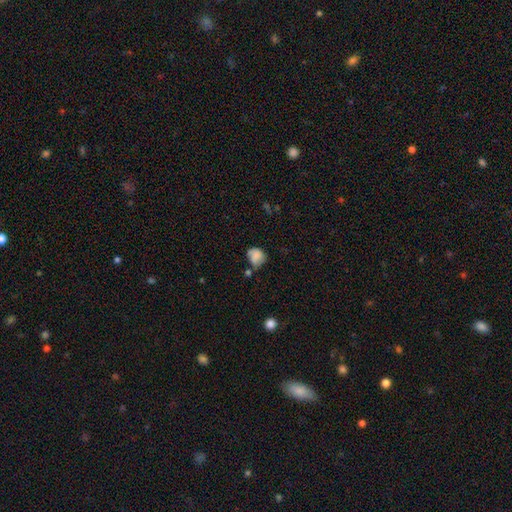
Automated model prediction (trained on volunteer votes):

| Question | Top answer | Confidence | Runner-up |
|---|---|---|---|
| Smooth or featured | smooth | 74% | featured or disk (16%) |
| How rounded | round | 66% | in between (32%) |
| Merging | none | 45% | minor disturbance (31%) |